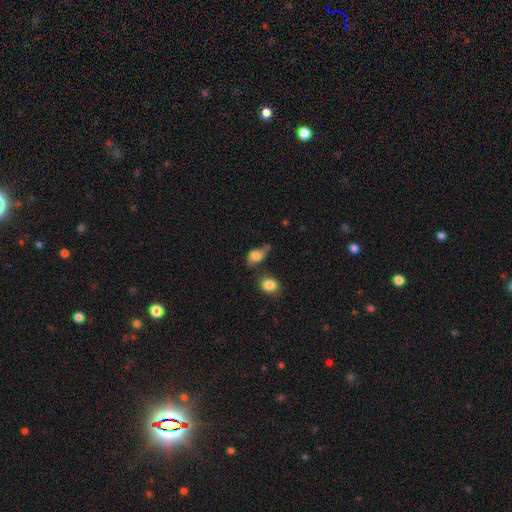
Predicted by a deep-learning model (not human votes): Morphology: type=smooth (63%); roundness=in between (69%); merging=none (36%).